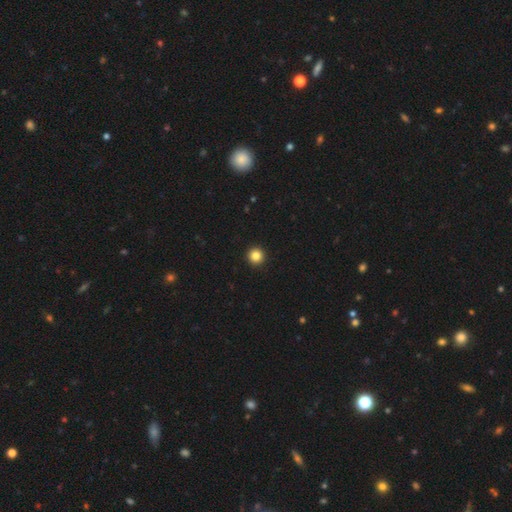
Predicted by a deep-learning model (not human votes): This appears to be a smooth galaxy with no disk features (85%) that is round (96%). Merging: none (94%).